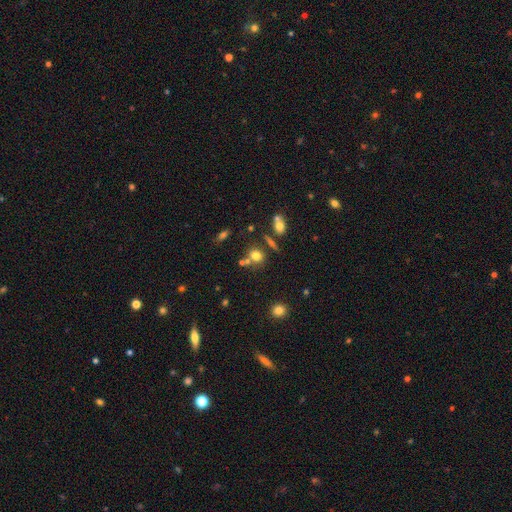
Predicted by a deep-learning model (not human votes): Morphology: type=smooth (71%); roundness=round (75%); merging=none (60%).